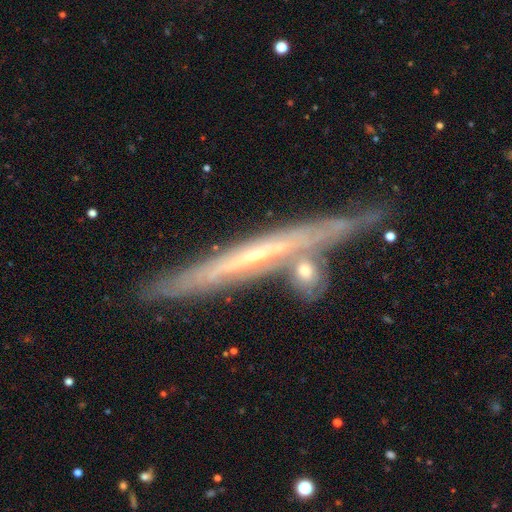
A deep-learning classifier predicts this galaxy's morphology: featured or disk 78%, smooth 15%, star or artifact 7%. Down the decision tree: edge-on disk — yes (91%); edge-on bulge — none (60%); merging — none (73%).